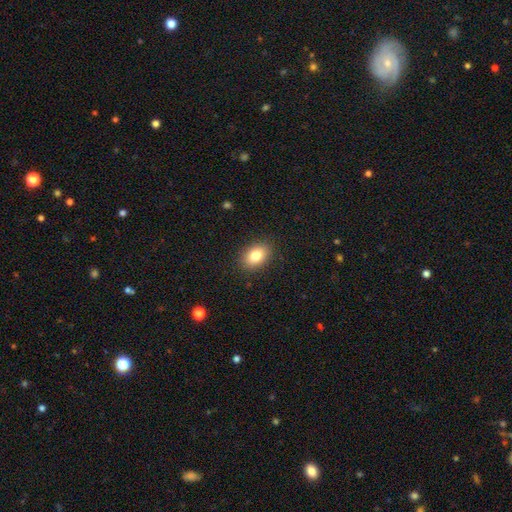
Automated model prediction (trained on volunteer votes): This appears to be a smooth galaxy with no disk features (82%) that is in between round and cigar-shaped (81%). Merging: none (88%).